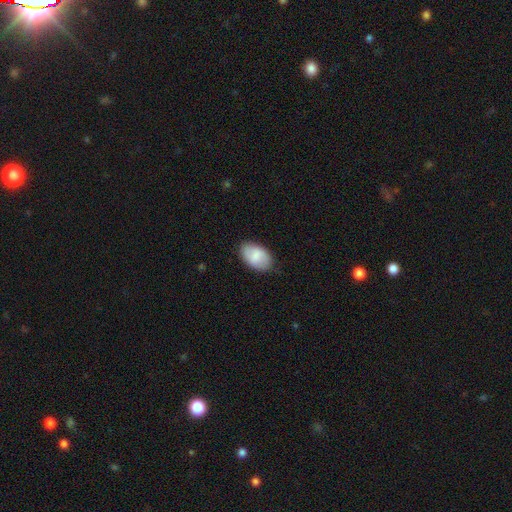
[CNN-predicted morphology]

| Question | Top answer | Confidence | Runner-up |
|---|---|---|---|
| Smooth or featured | smooth | 77% | featured or disk (17%) |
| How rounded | in between | 92% | round (6%) |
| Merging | none | 81% | minor disturbance (15%) |